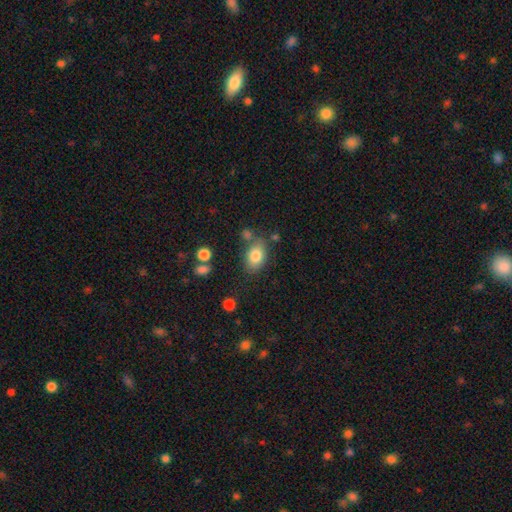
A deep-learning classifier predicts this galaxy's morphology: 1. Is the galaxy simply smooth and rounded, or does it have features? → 82% smooth, 10% featured or disk, 8% star or artifact.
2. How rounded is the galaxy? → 81% in between, 17% round, 1% cigar-shaped.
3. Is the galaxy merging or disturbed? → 71% none, 16% minor disturbance, 9% merger, 5% major disturbance.